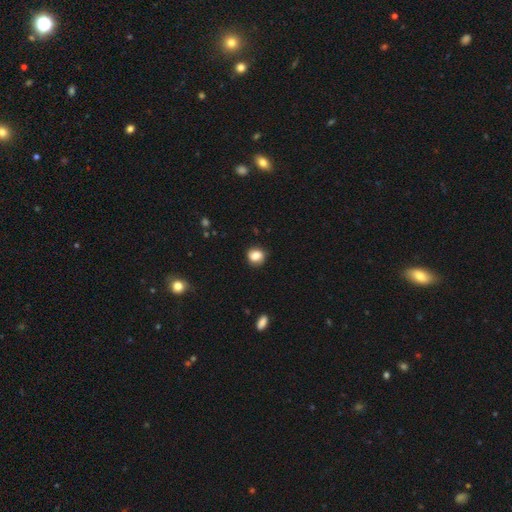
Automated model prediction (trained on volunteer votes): Morphology: type=smooth (82%); roundness=round (72%); merging=none (78%).